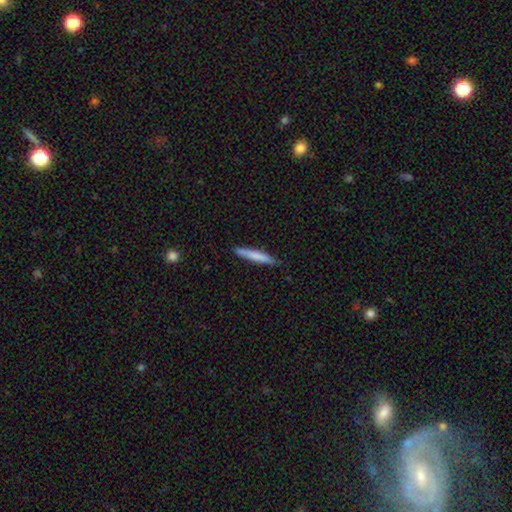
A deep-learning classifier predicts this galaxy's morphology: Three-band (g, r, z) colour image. It shows a smooth galaxy with no disk features (72%) that is cigar-shaped (94%). Merging: none (85%).